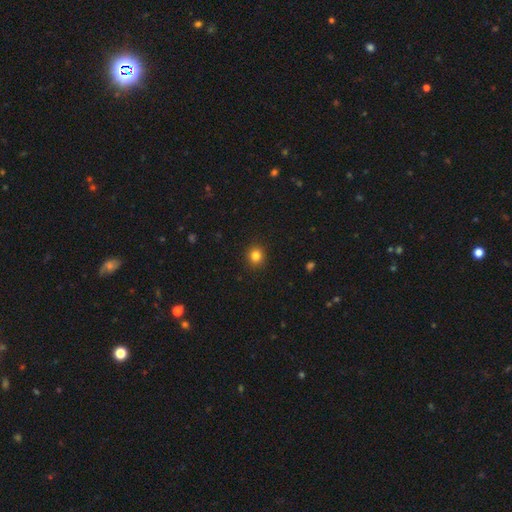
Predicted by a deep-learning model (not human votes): smooth_or_featured: smooth (p=0.83) [alt: star or artifact p=0.12]
how_rounded: round (p=0.87) [alt: in between p=0.12]
merging: none (p=0.92) [alt: minor disturbance p=0.05]